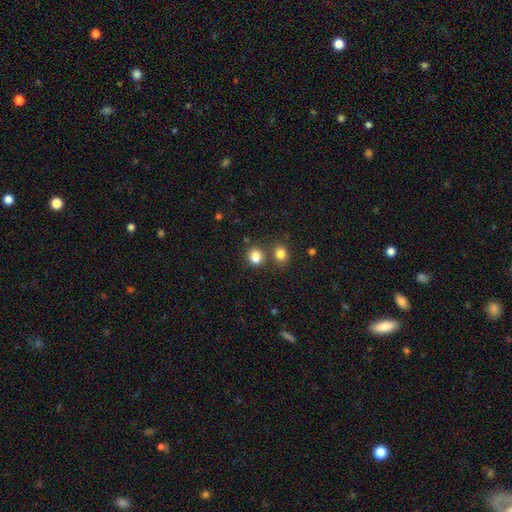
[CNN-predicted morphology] smooth_or_featured: smooth (p=0.83) [alt: star or artifact p=0.12]
how_rounded: round (p=0.64) [alt: in between p=0.35]
merging: none (p=0.65) [alt: merger p=0.21]